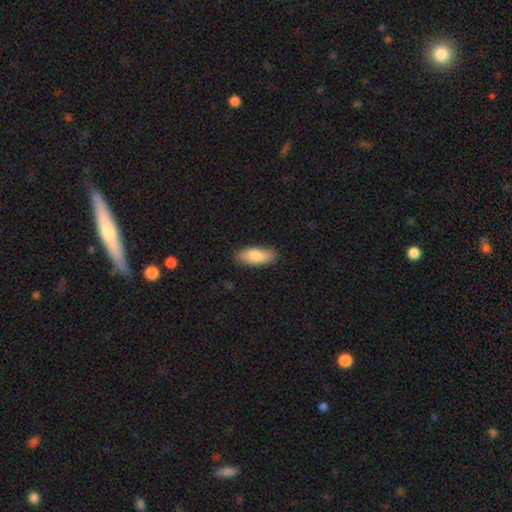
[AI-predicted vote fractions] Smooth or featured: smooth — 85% (featured or disk — 9%)
How rounded: in between — 80% (cigar-shaped — 18%)
Merging: none — 87% (minor disturbance — 10%)